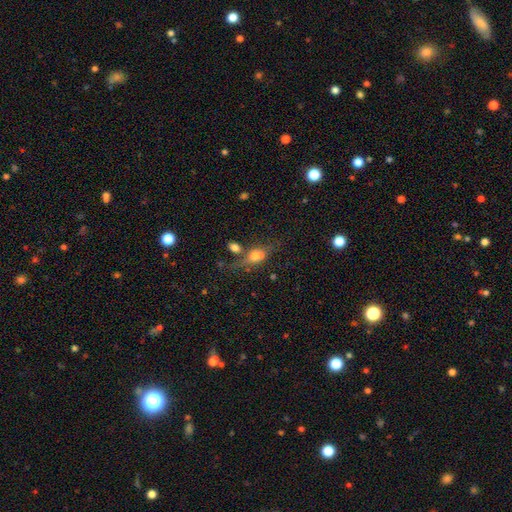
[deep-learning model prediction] This appears to be a smooth galaxy with no disk features (49%). Merging: none (49%).